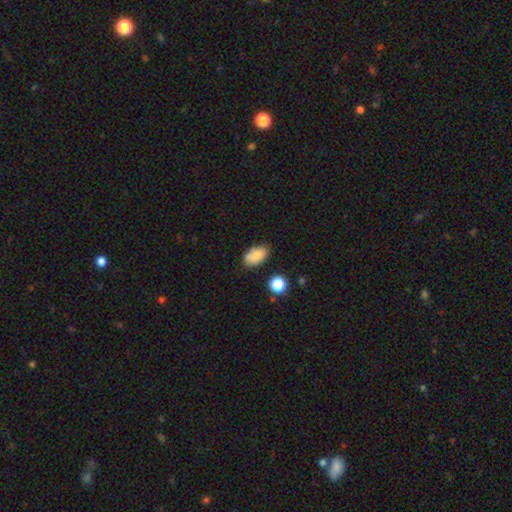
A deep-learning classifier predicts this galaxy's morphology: The model was most divided on "merging": none: 73%, minor disturbance: 19%, merger: 5%, major disturbance: 4%. More confident: how rounded — in between (90%); smooth or featured — smooth (84%).